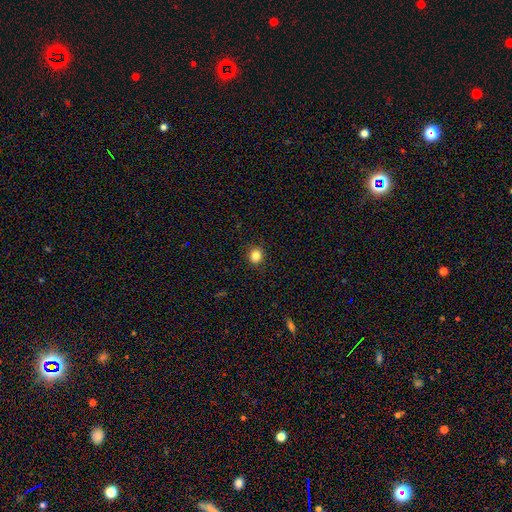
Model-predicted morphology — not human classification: This is clearly a smooth galaxy (84%). How rounded: clearly round (82%). Merging: clearly none (91%).